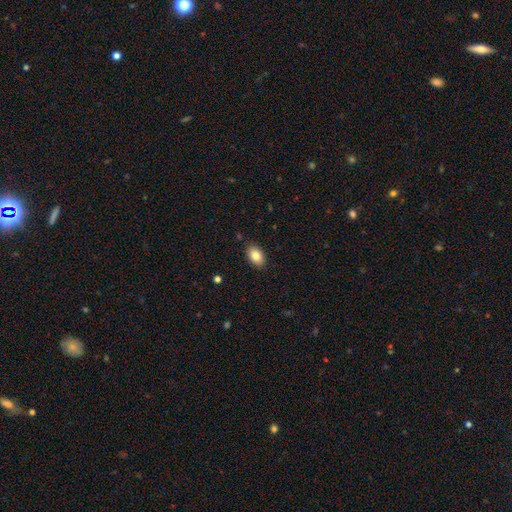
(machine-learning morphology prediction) This is clearly a smooth galaxy (85%). How rounded: clearly in between (89%). Merging: clearly none (88%).